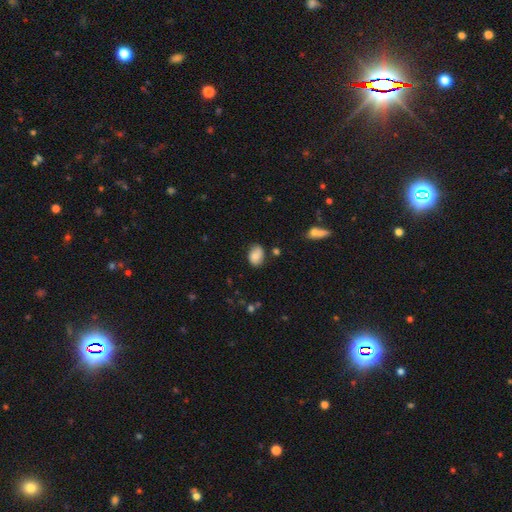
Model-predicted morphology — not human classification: The model was most divided on "merging": none: 74%, minor disturbance: 19%, major disturbance: 4%, merger: 3%. More confident: smooth or featured — smooth (81%); how rounded — in between (79%).